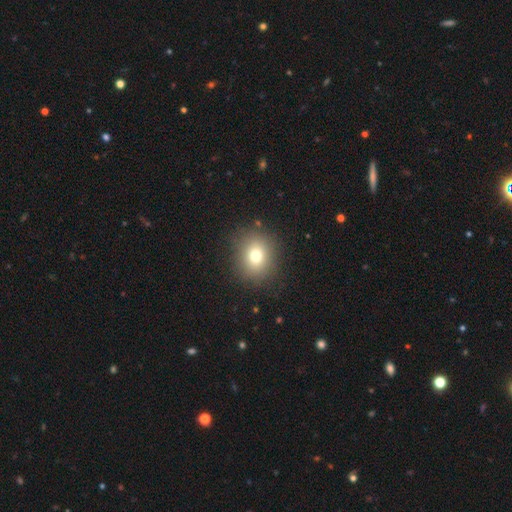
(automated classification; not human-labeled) smooth-or-featured: smooth: 75% | star or artifact: 13% | featured or disk: 11%
  how-rounded: round: 76% | in between: 23% | cigar-shaped: 1%
  merging: none: 86% | minor disturbance: 9% | major disturbance: 4% | merger: 1%